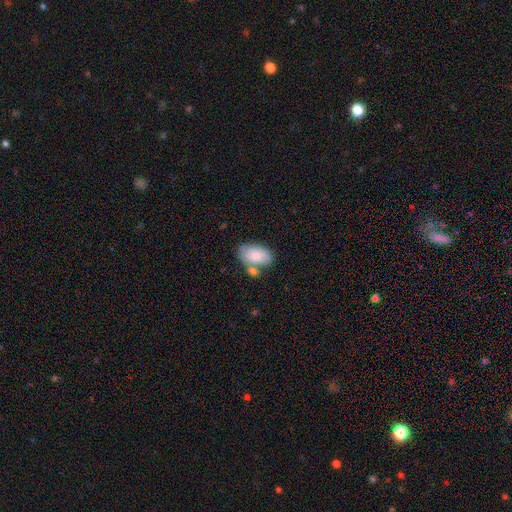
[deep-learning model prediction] smooth 82%, featured or disk 12%, star or artifact 6%. Down the decision tree: how rounded — in between (93%); merging — none (56%).